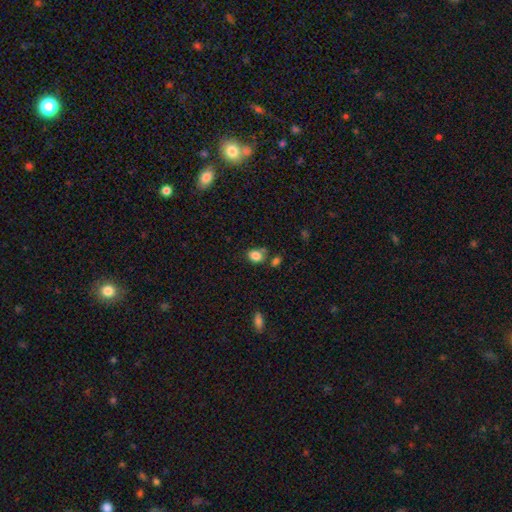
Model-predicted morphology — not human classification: This appears to be a smooth galaxy with no disk features (84%) that is in between round and cigar-shaped (68%). Merging: none (63%).